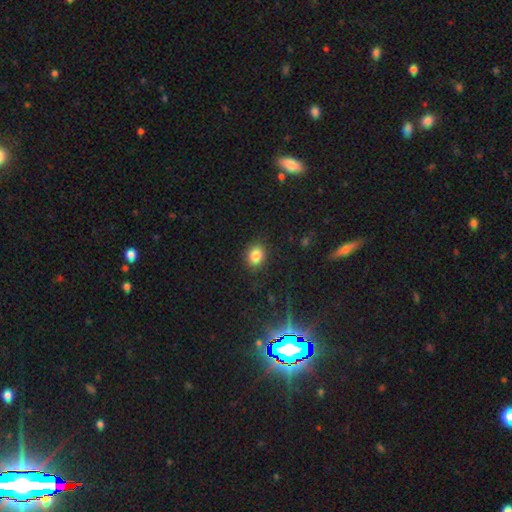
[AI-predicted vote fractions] A smooth galaxy with no disk features (84%) that is round (54%).

Vote fractions:
- Smooth or featured? smooth: 84% / star or artifact: 11% / featured or disk: 5%
- How rounded? round: 54% / in between: 45% / cigar-shaped: 1%
- Merging? none: 86% / minor disturbance: 10% / major disturbance: 3% / merger: 1%